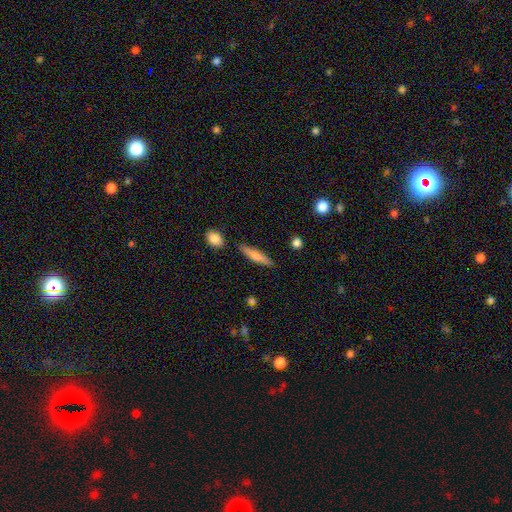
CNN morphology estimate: Smooth or featured: smooth — 70% (featured or disk — 24%)
How rounded: cigar-shaped — 80% (in between — 18%)
Merging: none — 83% (minor disturbance — 10%)